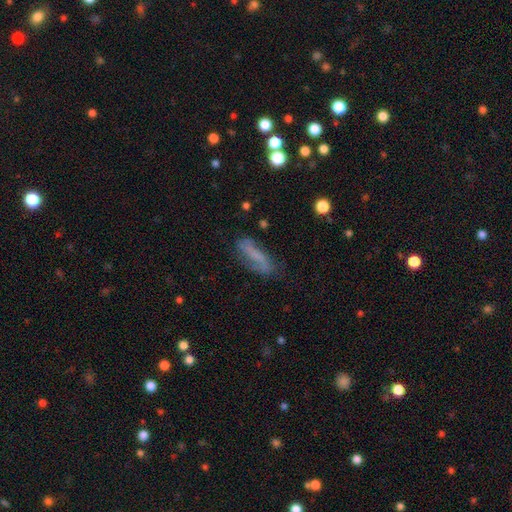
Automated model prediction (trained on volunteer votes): smooth-or-featured: smooth: 53% | featured or disk: 36% | star or artifact: 11%
  how-rounded: cigar-shaped: 59% | in between: 38% | round: 3%
  merging: none: 65% | minor disturbance: 23% | major disturbance: 9% | merger: 3%